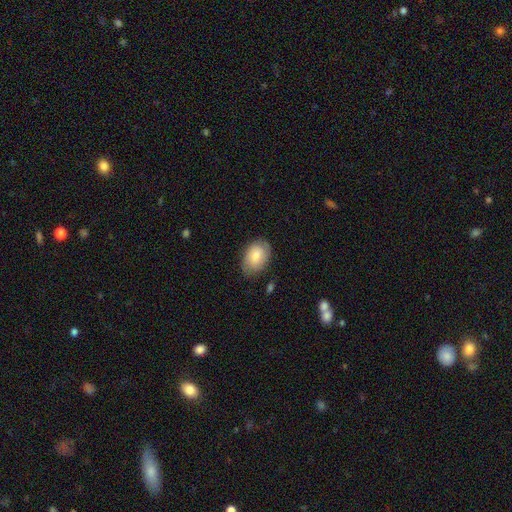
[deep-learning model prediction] This appears to be a smooth galaxy with no disk features (65%) that is in between round and cigar-shaped (84%). Merging: none (74%).